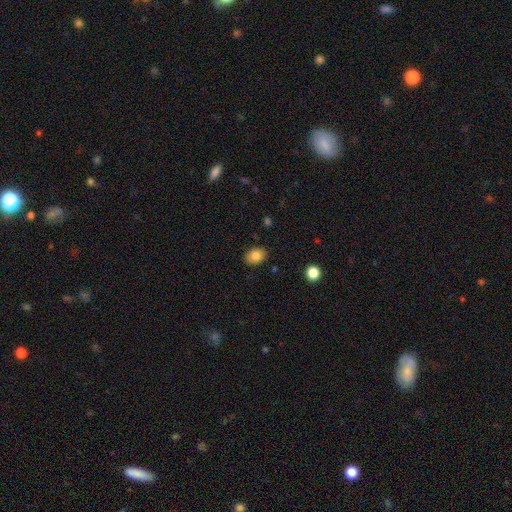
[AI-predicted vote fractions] smooth_or_featured: smooth (p=0.82) [alt: featured or disk p=0.09]
how_rounded: in between (p=0.73) [alt: round p=0.26]
merging: none (p=0.86) [alt: minor disturbance p=0.10]